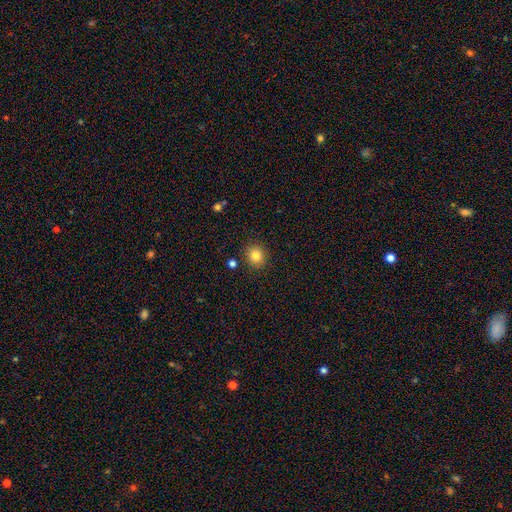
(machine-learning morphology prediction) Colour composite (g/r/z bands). It shows a smooth galaxy with no disk features (83%) that is round (85%). Merging: none (88%).